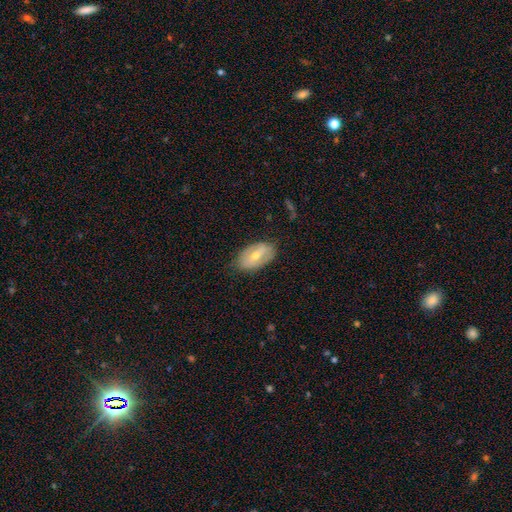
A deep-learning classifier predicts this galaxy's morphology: The model was most divided on "smooth or featured": featured or disk: 52%, smooth: 41%, star or artifact: 6%. More confident: edge-on disk — no (90%); merging — none (75%).